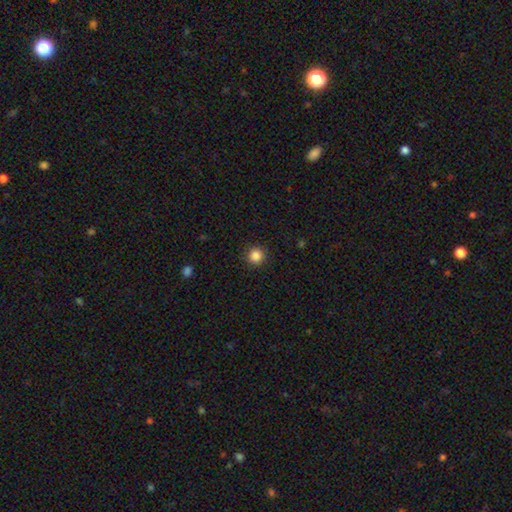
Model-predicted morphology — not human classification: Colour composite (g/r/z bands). It shows a smooth galaxy with no disk features (86%) that is round (95%). Merging: none (92%).